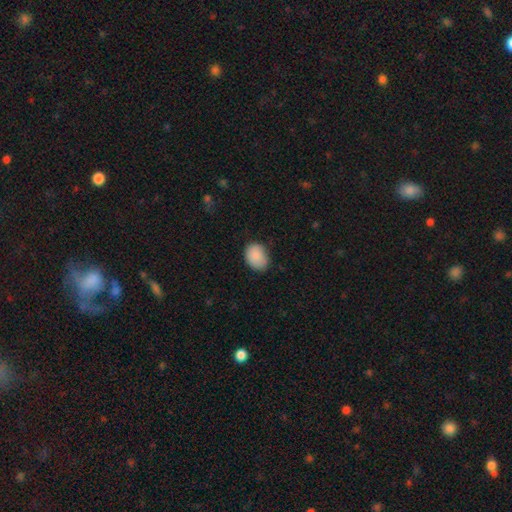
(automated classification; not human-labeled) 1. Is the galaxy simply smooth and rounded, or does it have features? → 88% smooth, 7% star or artifact, 5% featured or disk.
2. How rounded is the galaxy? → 68% in between, 31% round, 1% cigar-shaped.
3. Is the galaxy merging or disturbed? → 72% none, 23% minor disturbance, 4% major disturbance, 1% merger.